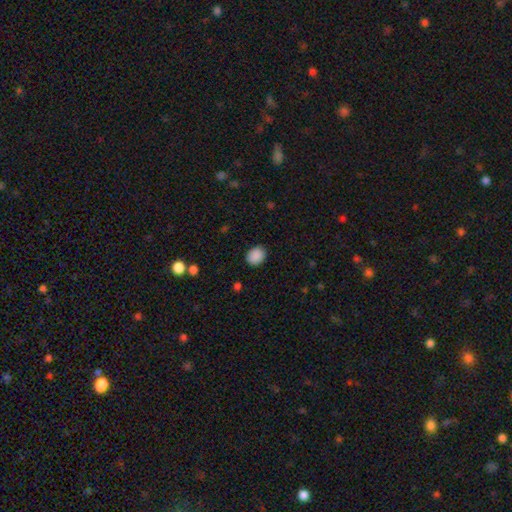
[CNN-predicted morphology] Overall: smooth (89%). How rounded: round (55%; in between 44%). Merging: none (88%).